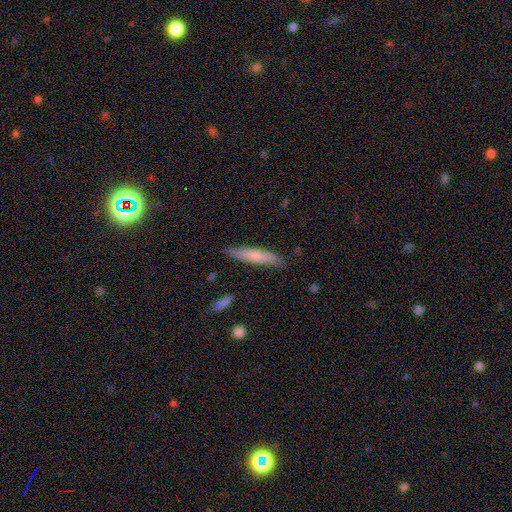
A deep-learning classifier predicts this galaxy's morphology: Smooth or featured? Predicted: smooth (p=0.71). How rounded? Predicted: cigar-shaped (p=0.86). Merging? Predicted: none (p=0.84).